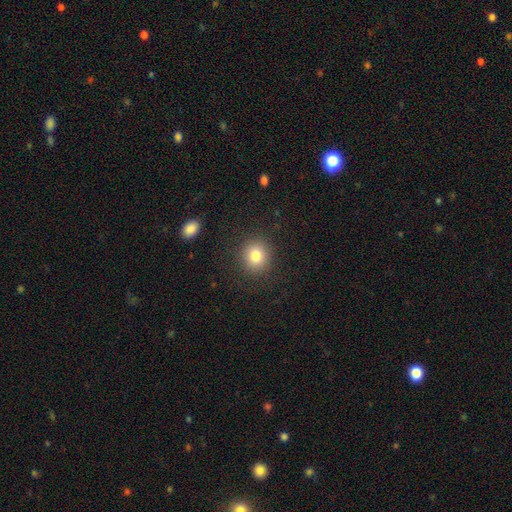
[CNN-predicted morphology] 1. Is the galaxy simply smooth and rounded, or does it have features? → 81% smooth, 11% star or artifact, 8% featured or disk.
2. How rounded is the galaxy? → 85% round, 14% in between, 1% cigar-shaped.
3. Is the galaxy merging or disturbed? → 89% none, 7% minor disturbance, 3% major disturbance, 1% merger.